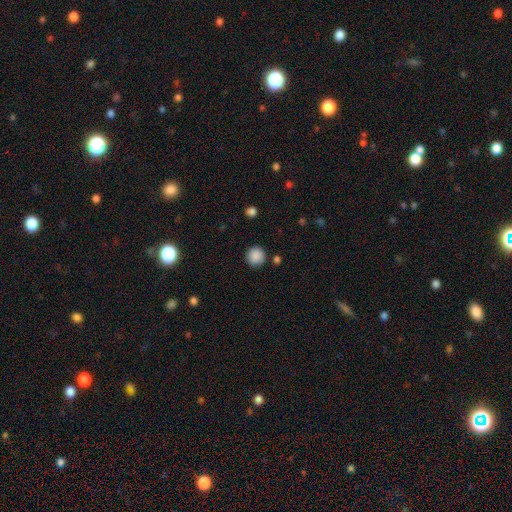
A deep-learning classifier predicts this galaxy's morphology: Q: Smooth or featured?
A: smooth (88%); runner-up: star or artifact (9%)
Q: How rounded?
A: round (93%); runner-up: in between (6%)
Q: Merging?
A: none (87%); runner-up: minor disturbance (8%)